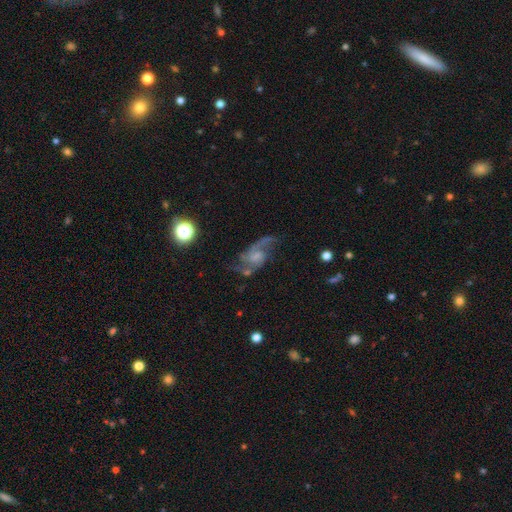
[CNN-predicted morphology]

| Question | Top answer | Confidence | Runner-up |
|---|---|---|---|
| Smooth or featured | featured or disk | 81% | smooth (10%) |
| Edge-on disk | no | 97% | yes (3%) |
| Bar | no | 48% | weak (43%) |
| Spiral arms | yes | 94% | no (6%) |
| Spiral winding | loose | 59% | medium (33%) |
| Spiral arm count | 2 | 79% | can't tell (6%) |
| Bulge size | none | 41% | small (31%) |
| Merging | none | 54% | major disturbance (22%) |